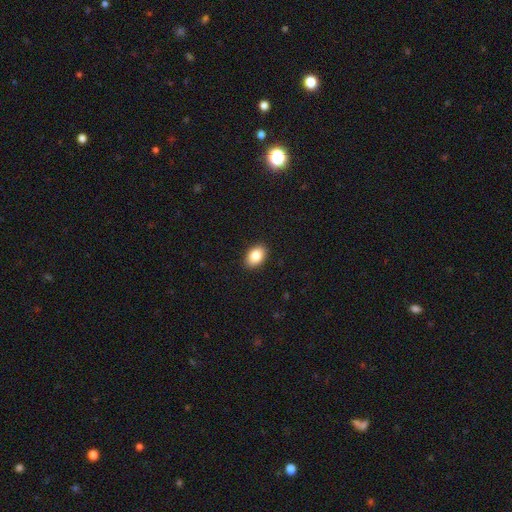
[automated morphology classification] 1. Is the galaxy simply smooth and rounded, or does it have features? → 85% smooth, 8% star or artifact, 7% featured or disk.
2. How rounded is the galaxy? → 87% in between, 12% round, 1% cigar-shaped.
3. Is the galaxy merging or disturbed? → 90% none, 7% minor disturbance, 2% major disturbance, 1% merger.